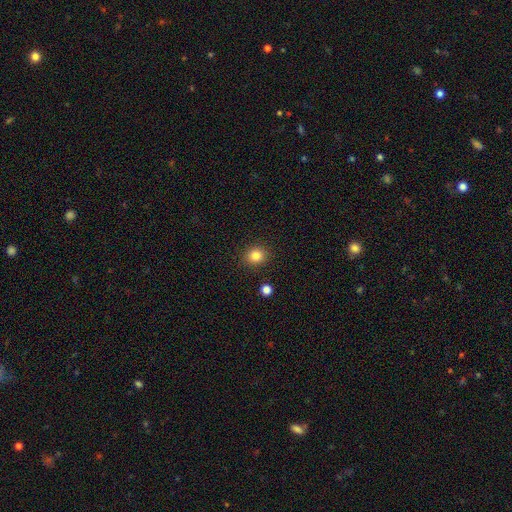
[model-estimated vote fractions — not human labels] Morphology: type=smooth (84%); roundness=round (83%); merging=none (90%).